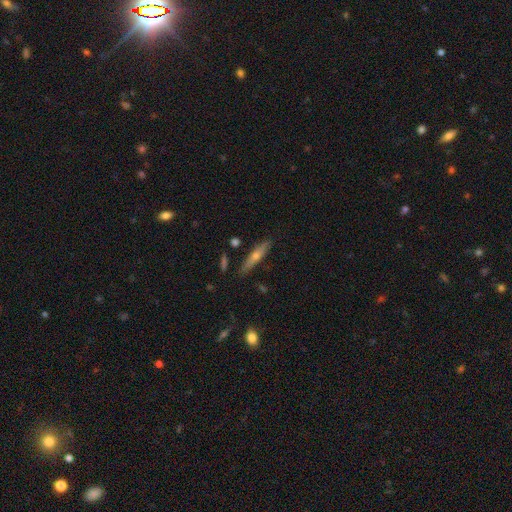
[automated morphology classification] This appears to be a featured or disk galaxy (53%) viewed edge-on (92%). Merging: none (85%).